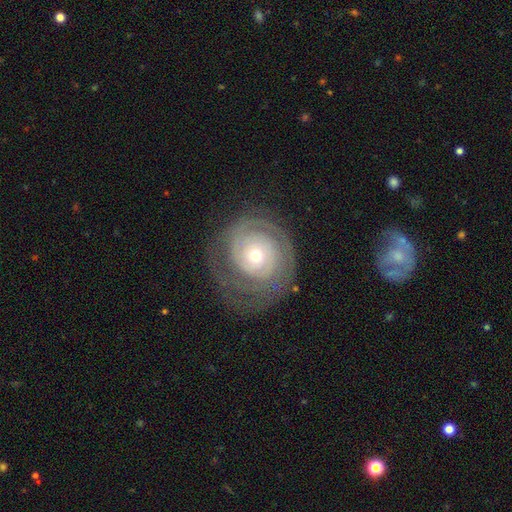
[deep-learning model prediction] The model was most divided on "spiral arm count" (2-way tie): can't tell: 34%, 2: 34%, 1: 12%, 3: 11%, 4: 5%, more than 4: 4%. More confident: edge-on disk — no (97%); spiral arms — yes (87%); bar — no (82%); spiral winding — tight (79%); smooth or featured — featured or disk (78%); merging — none (72%); bulge size — small (53%).